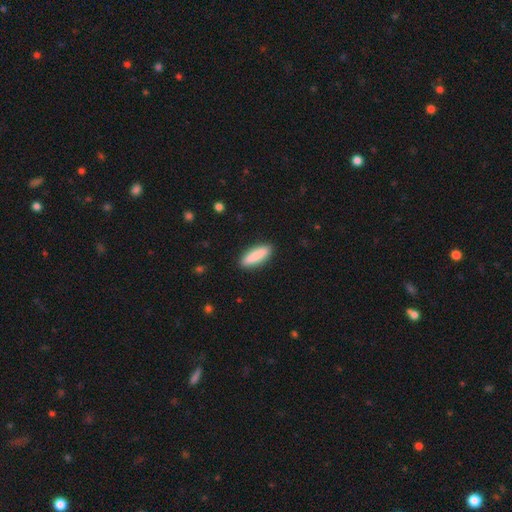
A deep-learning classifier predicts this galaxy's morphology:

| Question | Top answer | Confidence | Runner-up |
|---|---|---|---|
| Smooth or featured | smooth | 88% | featured or disk (7%) |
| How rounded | cigar-shaped | 56% | in between (42%) |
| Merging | none | 90% | minor disturbance (7%) |